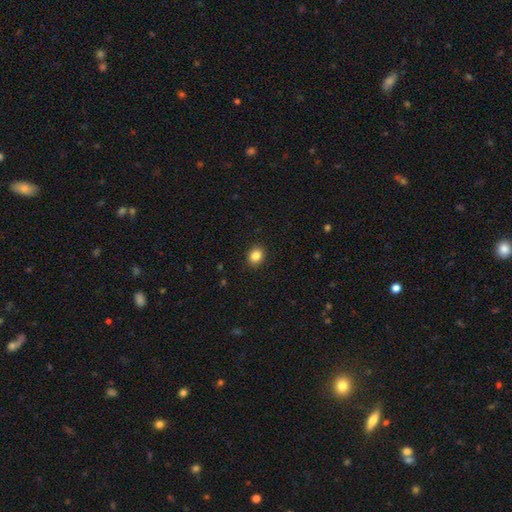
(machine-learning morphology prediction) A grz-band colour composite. It shows a smooth galaxy with no disk features (85%) that is round (59%). Merging: none (91%).